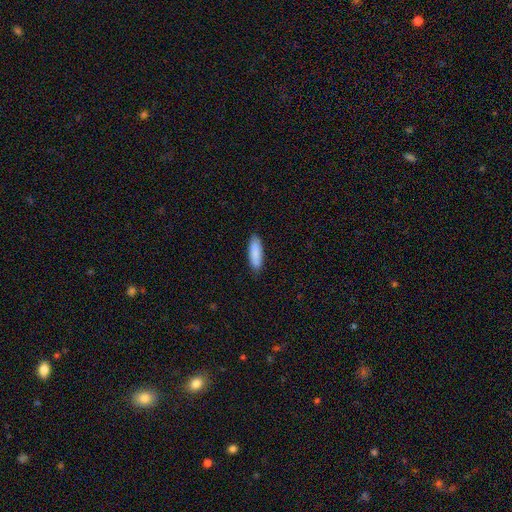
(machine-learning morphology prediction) type=smooth (88%); roundness=in between (52%); merging=none (84%).